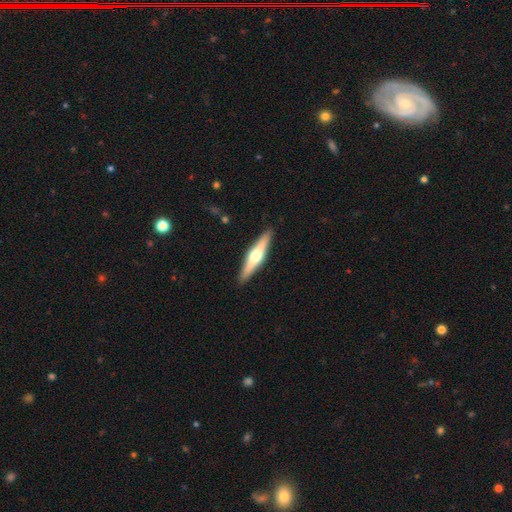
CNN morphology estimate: type=featured or disk (60%); edge-on=yes (96%); edge-on bulge=rounded (93%); merging=none (91%).